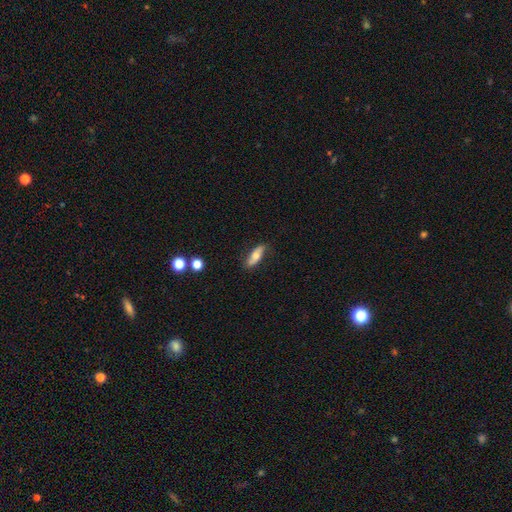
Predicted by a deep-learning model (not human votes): smooth 60%, featured or disk 33%, star or artifact 7%. Down the decision tree: how rounded — in between (56%); merging — none (80%).